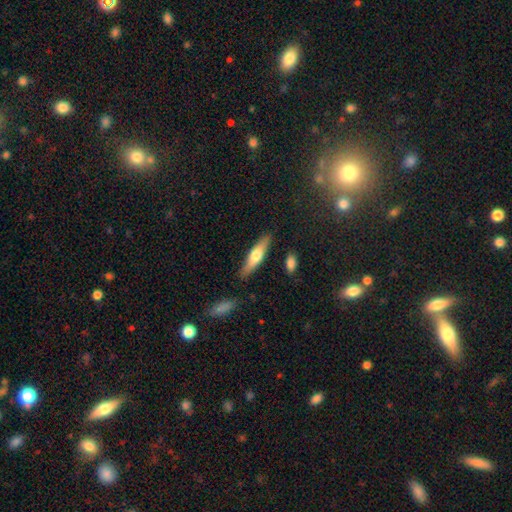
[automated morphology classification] A smooth galaxy with no disk features (55%) that is cigar-shaped (74%). Merging: none (84%).